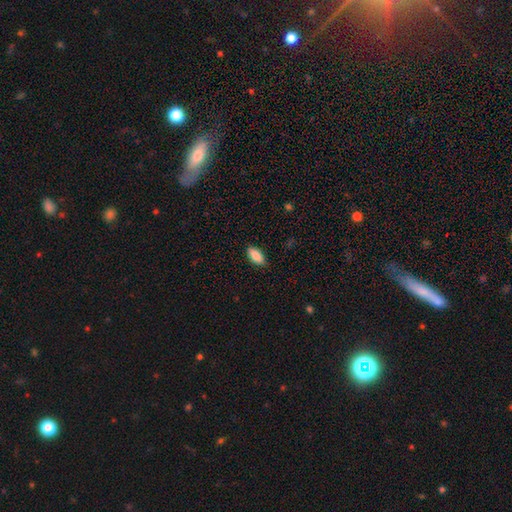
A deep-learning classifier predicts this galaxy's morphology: Overall: smooth (88%). How rounded: in between (88%). Merging: none (86%).